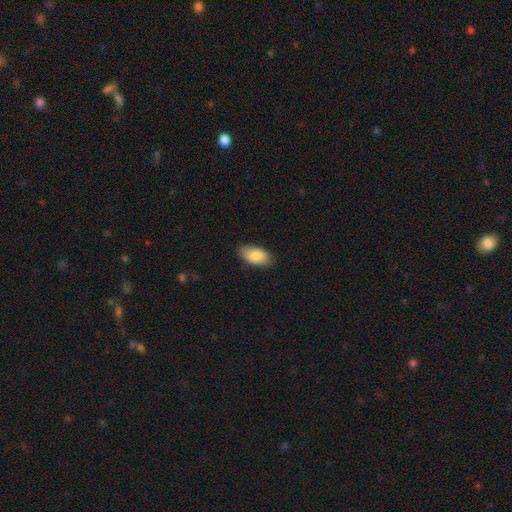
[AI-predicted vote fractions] Smooth or featured? Predicted: smooth (p=0.87). How rounded? Predicted: in between (p=0.94). Merging? Predicted: none (p=0.86).